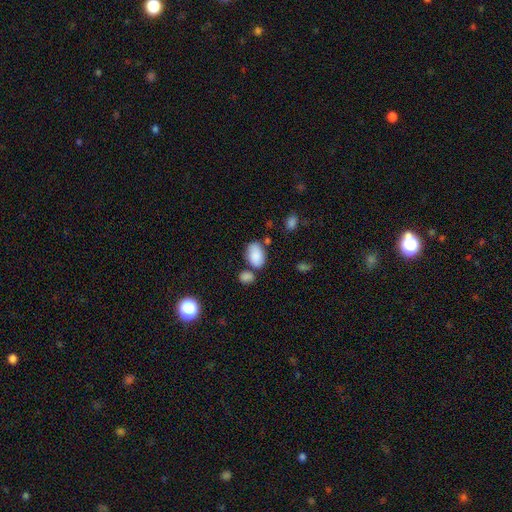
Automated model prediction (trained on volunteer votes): Morphology: type=smooth (84%); roundness=in between (89%); merging=none (58%).